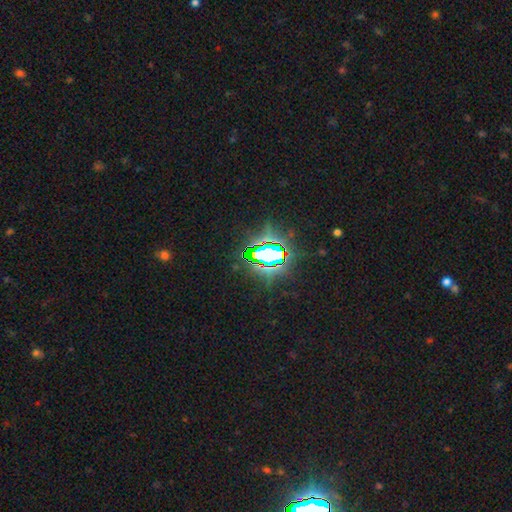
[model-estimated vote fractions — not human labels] Overall: star or artifact (83%).